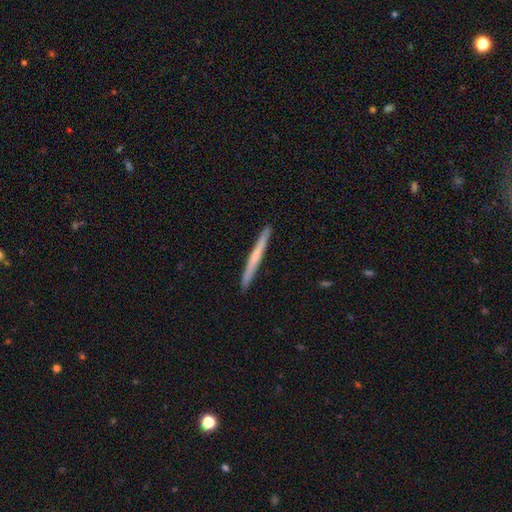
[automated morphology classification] type=featured or disk (52%); edge-on=yes (97%); edge-on bulge=none (57%); merging=none (93%).